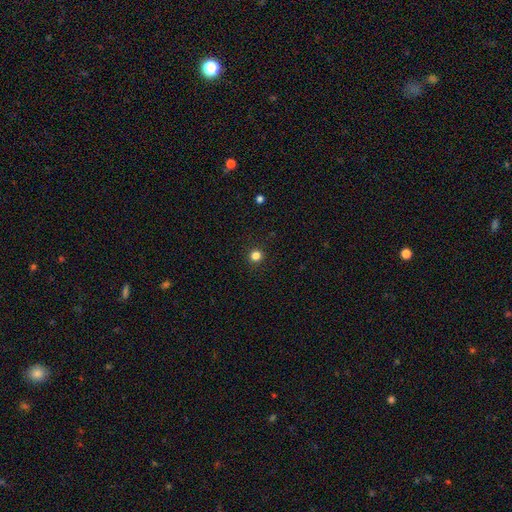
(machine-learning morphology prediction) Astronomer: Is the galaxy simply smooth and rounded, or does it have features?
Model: smooth — 82%.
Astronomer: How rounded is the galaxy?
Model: round — 95%.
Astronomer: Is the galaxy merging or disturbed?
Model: none — 93%.